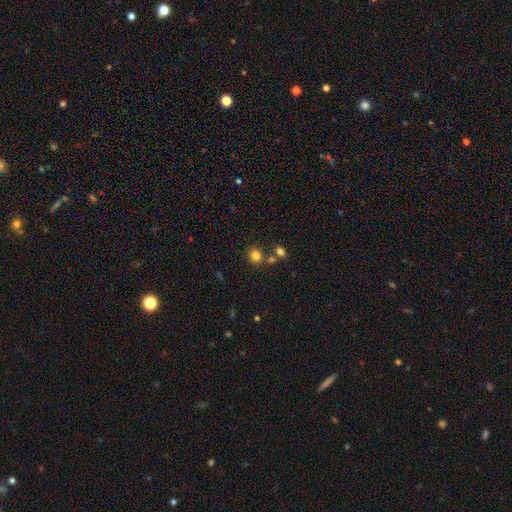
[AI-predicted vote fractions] Morphology: type=smooth (81%); roundness=round (83%); merging=none (74%).